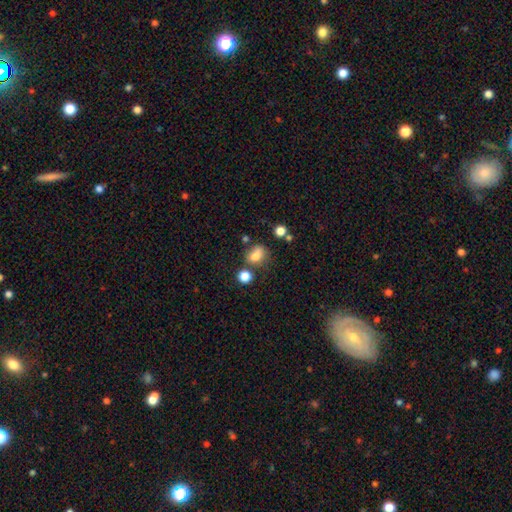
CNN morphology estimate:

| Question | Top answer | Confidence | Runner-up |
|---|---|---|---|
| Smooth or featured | smooth | 75% | star or artifact (14%) |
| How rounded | in between | 51% | round (47%) |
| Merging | none | 53% | minor disturbance (20%) |